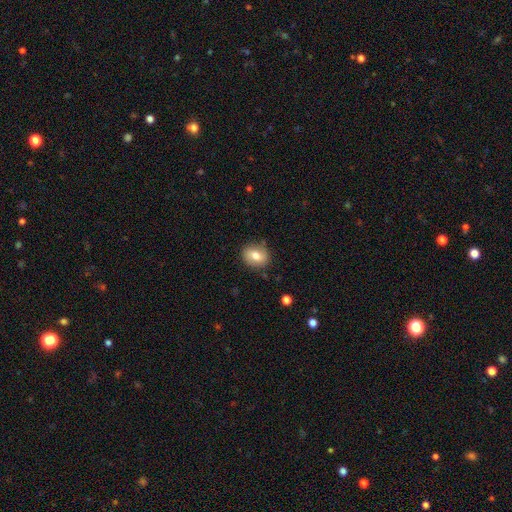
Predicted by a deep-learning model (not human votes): smooth_or_featured: smooth (p=0.74) [alt: featured or disk p=0.17]
how_rounded: round (p=0.56) [alt: in between p=0.43]
merging: none (p=0.82) [alt: minor disturbance p=0.13]